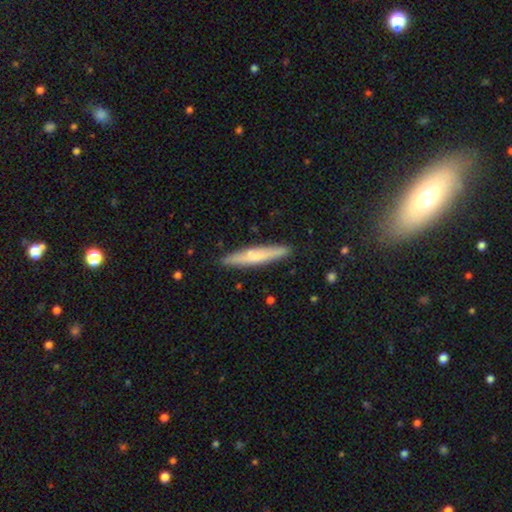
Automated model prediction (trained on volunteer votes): smooth-or-featured: smooth: 59% | featured or disk: 36% | star or artifact: 6%
  how-rounded: cigar-shaped: 93% | in between: 6% | round: 1%
  merging: none: 88% | minor disturbance: 9% | major disturbance: 2% | merger: 1%